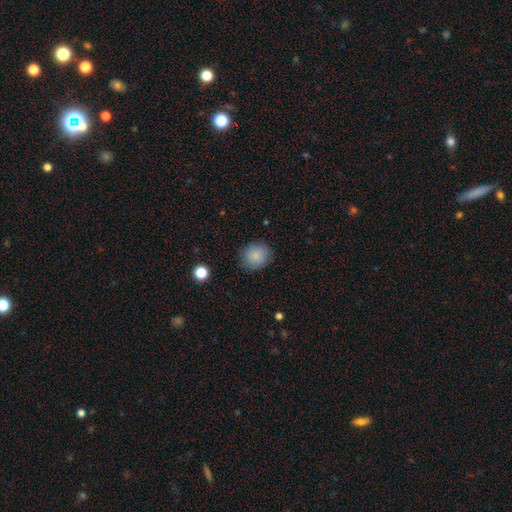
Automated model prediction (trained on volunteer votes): Morphology: type=smooth (86%); roundness=round (79%); merging=none (84%).